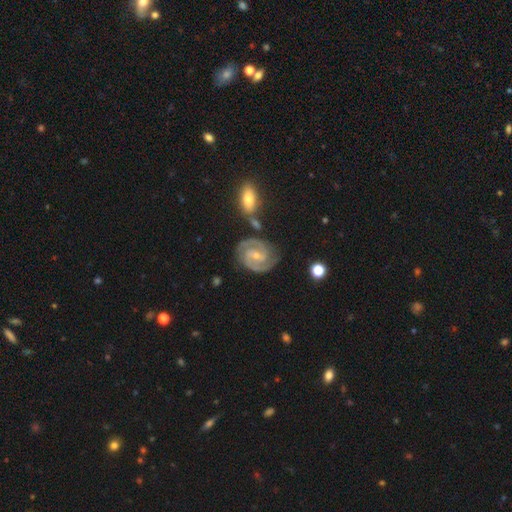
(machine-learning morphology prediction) smooth_or_featured: featured or disk (p=0.91) [alt: smooth p=0.05]
disk_edge_on: no (p=0.98) [alt: yes p=0.02]
bar: weak (p=0.50) [alt: strong p=0.26]
has_spiral_arms: yes (p=0.98) [alt: no p=0.02]
spiral_winding: tight (p=0.53) [alt: medium p=0.42]
spiral_arm_count: 2 (p=0.89) [alt: 3 p=0.05]
bulge_size: small (p=0.61) [alt: moderate p=0.33]
merging: none (p=0.78) [alt: minor disturbance p=0.13]